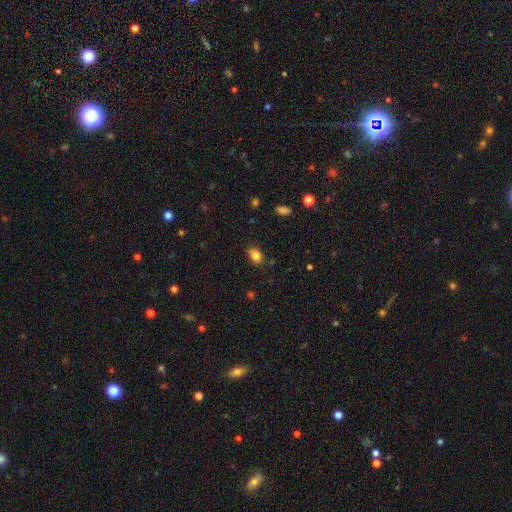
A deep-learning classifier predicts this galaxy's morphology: This is clearly a smooth galaxy (82%). How rounded: likely in between (75%). Merging: likely none (78%).